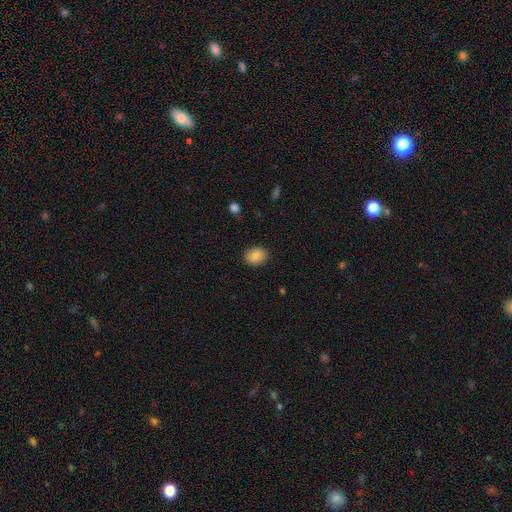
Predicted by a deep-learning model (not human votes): smooth 87%, star or artifact 8%, featured or disk 5%. Down the decision tree: how rounded — in between (61%); merging — none (88%).